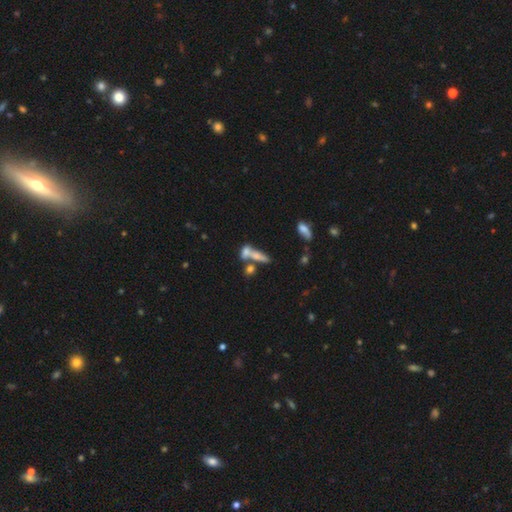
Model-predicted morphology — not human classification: Smooth or featured? Predicted: smooth (p=0.58). How rounded? Predicted: in between (p=0.47). Merging? Predicted: merger (p=0.50).